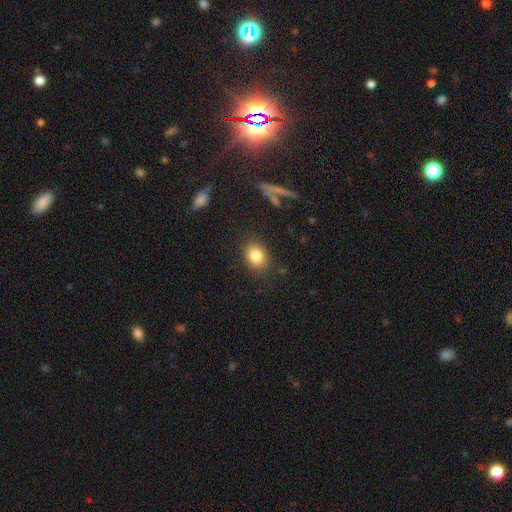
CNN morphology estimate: type=smooth (82%); roundness=in between (61%); merging=none (84%).